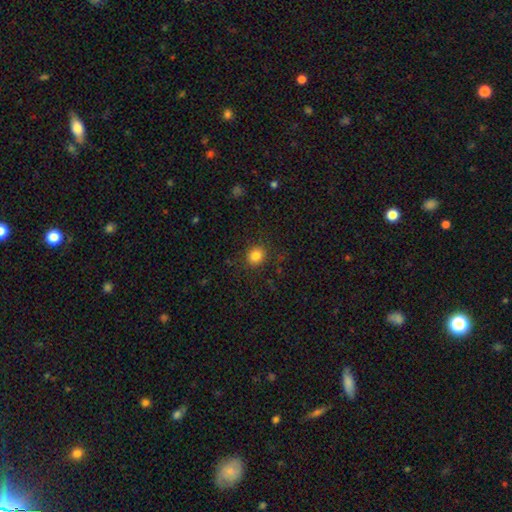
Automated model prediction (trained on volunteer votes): Smooth or featured: smooth — 83% (star or artifact — 11%)
How rounded: round — 74% (in between — 25%)
Merging: none — 87% (minor disturbance — 9%)